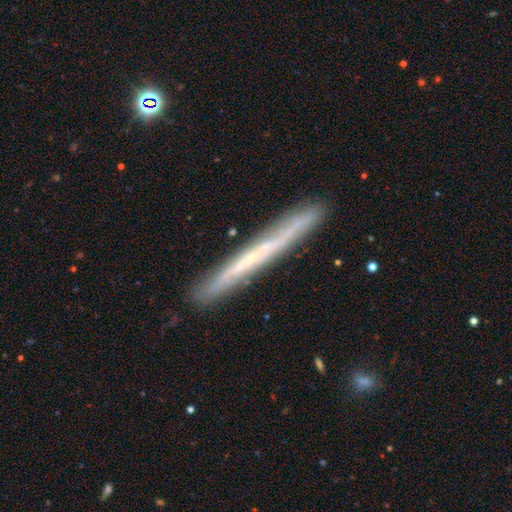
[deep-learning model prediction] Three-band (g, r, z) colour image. It shows a featured or disk galaxy (60%) viewed edge-on (93%) with no central bulge (84%). Merging: none (88%).